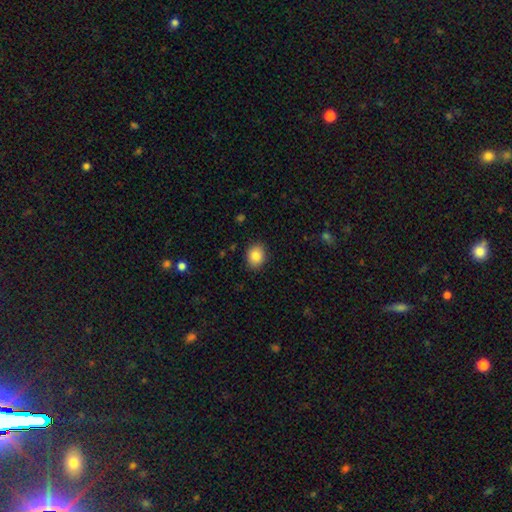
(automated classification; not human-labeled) Morphology: type=smooth (86%); roundness=round (54%); merging=none (88%).